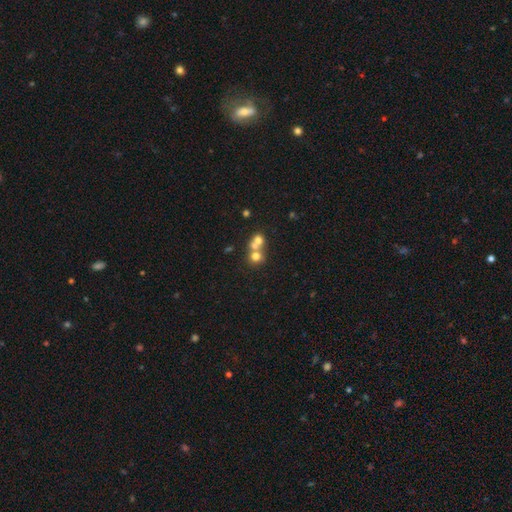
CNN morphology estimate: smooth-or-featured: smooth: 64% | featured or disk: 20% | star or artifact: 16%
  how-rounded: round: 82% | in between: 17% | cigar-shaped: 1%
  merging: merger: 57% | none: 34% | minor disturbance: 5% | major disturbance: 3%